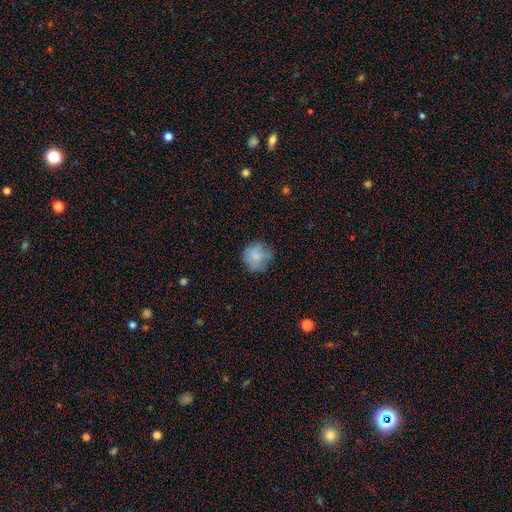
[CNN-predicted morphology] A smooth galaxy with no disk features (75%) that is round (88%). Merging: none (72%).